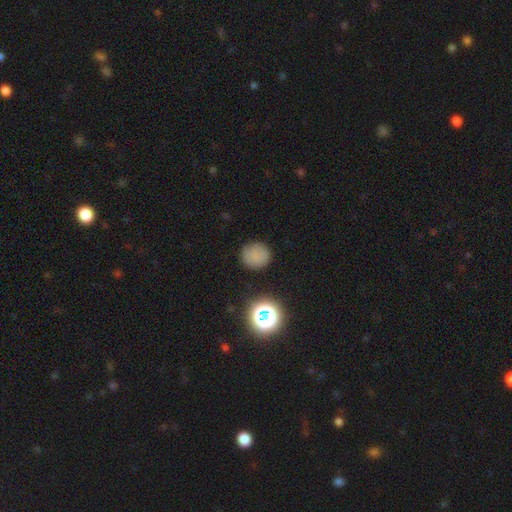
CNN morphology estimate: Smooth or featured?
  - smooth: 75% *
  - star or artifact: 18%
  - featured or disk: 7%
How rounded?
  - round: 90% *
  - in between: 9%
  - cigar-shaped: 1%
Merging?
  - none: 83% *
  - minor disturbance: 11%
  - major disturbance: 4%
  - merger: 2%